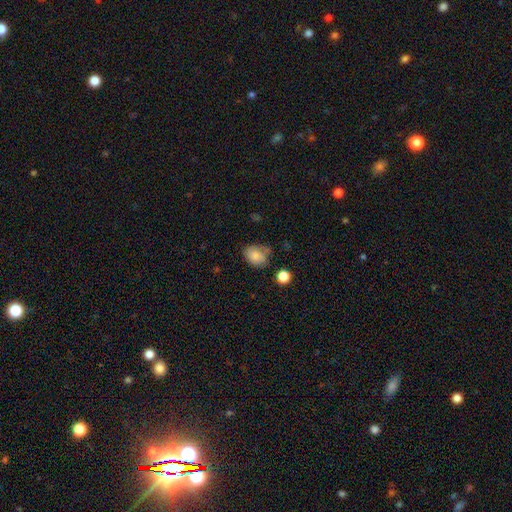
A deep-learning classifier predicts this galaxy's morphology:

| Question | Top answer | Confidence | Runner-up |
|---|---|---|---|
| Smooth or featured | smooth | 82% | star or artifact (9%) |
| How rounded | in between | 67% | round (32%) |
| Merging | none | 55% | minor disturbance (31%) |